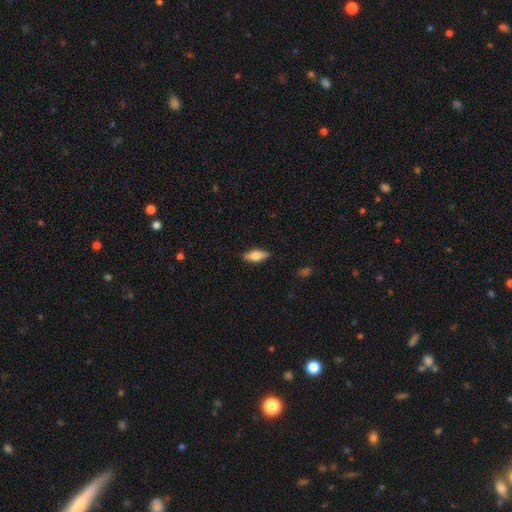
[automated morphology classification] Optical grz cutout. It shows a smooth galaxy with no disk features (66%) that is in between round and cigar-shaped (70%). Merging: none (88%).